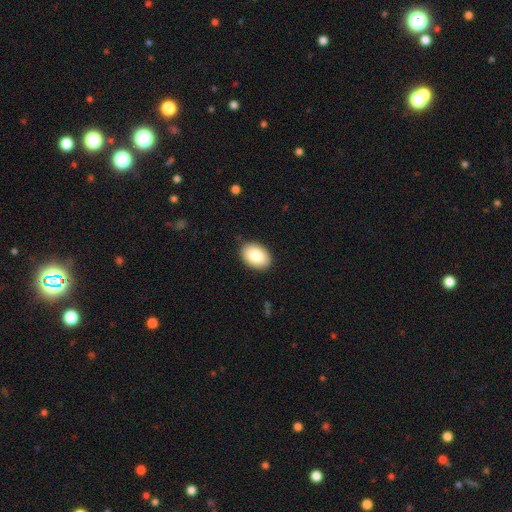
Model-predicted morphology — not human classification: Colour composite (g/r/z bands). It shows a smooth galaxy with no disk features (86%) that is in between round and cigar-shaped (88%). Merging: none (89%).